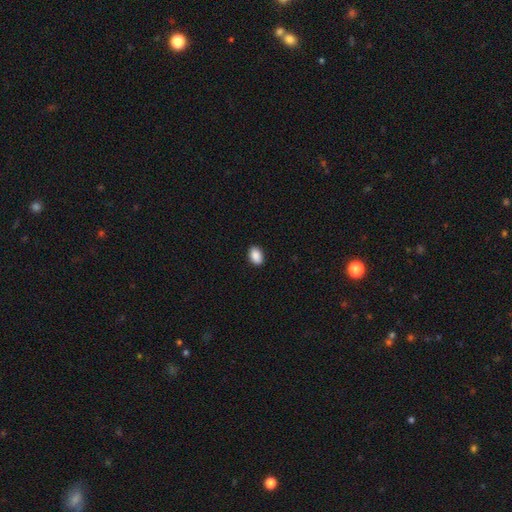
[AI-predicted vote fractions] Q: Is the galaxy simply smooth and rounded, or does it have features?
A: smooth — 90%.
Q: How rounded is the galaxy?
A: in between — 85%.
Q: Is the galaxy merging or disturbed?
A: none — 90%.